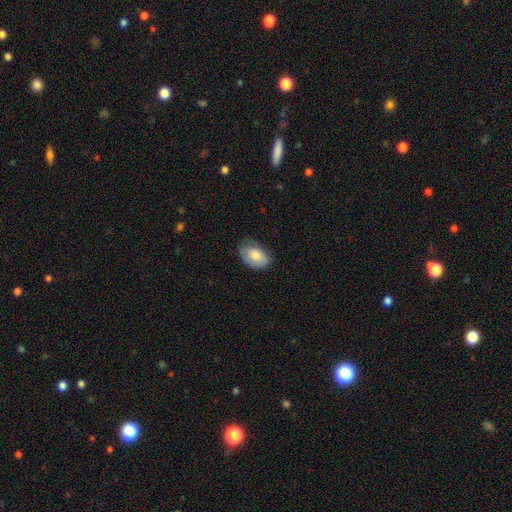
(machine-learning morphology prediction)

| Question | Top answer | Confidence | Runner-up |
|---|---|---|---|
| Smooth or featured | smooth | 80% | featured or disk (13%) |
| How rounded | in between | 89% | round (10%) |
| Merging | none | 64% | minor disturbance (29%) |